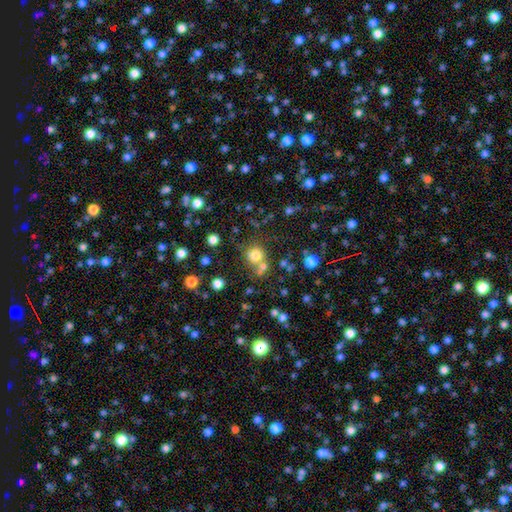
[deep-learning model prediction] The model was most divided on "merging": none: 56%, merger: 29%, minor disturbance: 10%, major disturbance: 5%. More confident: how rounded — round (85%); smooth or featured — smooth (76%).